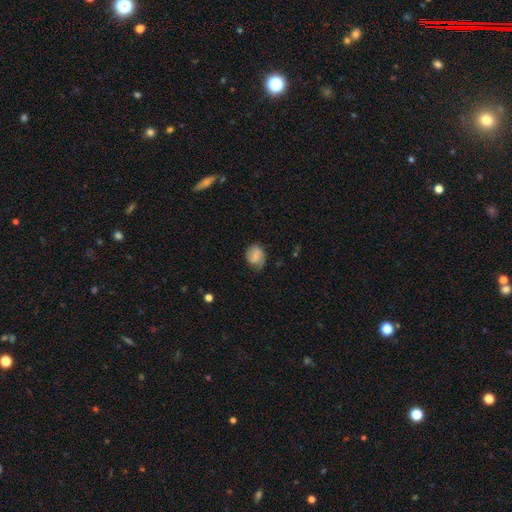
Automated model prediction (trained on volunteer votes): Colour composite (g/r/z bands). It shows a smooth galaxy with no disk features (54%) that is round (52%). Merging: none (60%).